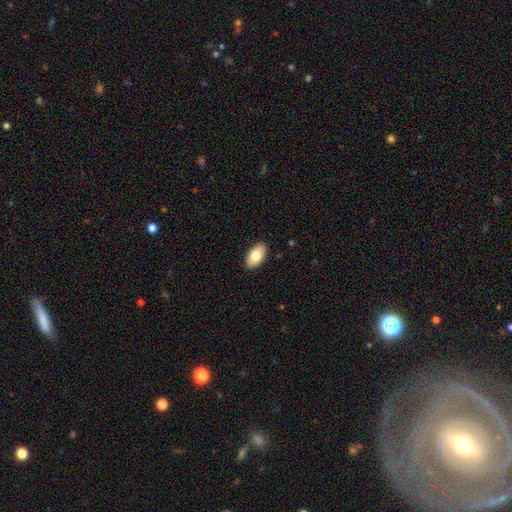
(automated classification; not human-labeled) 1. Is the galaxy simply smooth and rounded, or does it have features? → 79% smooth, 15% featured or disk, 6% star or artifact.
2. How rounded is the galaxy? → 94% in between, 4% round, 2% cigar-shaped.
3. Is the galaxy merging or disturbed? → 89% none, 8% minor disturbance, 2% major disturbance, 1% merger.